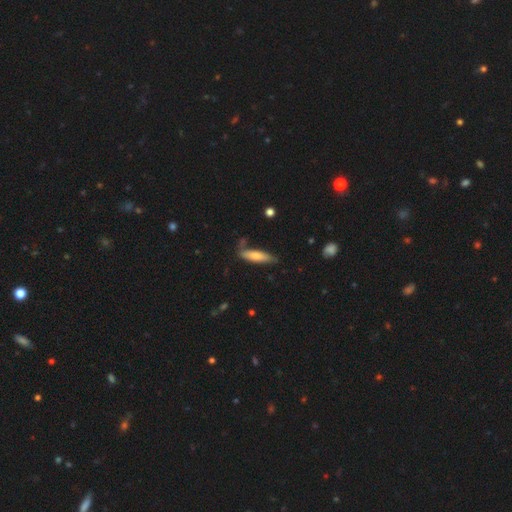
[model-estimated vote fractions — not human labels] This is likely a smooth galaxy (70%). How rounded: likely cigar-shaped (72%). Merging: likely none (69%).